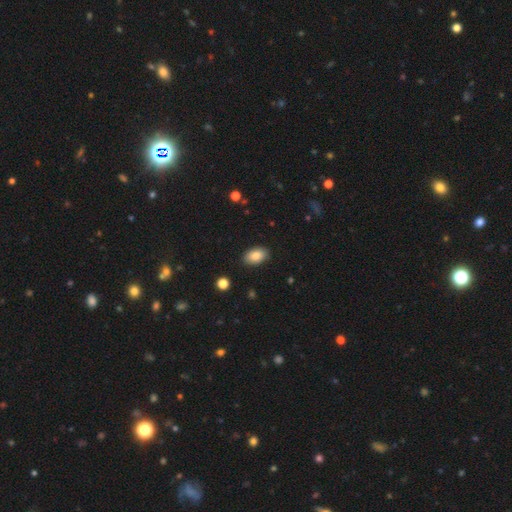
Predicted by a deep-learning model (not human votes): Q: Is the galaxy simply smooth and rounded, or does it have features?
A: smooth — 85%.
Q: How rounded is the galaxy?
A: in between — 92%.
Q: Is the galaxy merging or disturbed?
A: none — 87%.